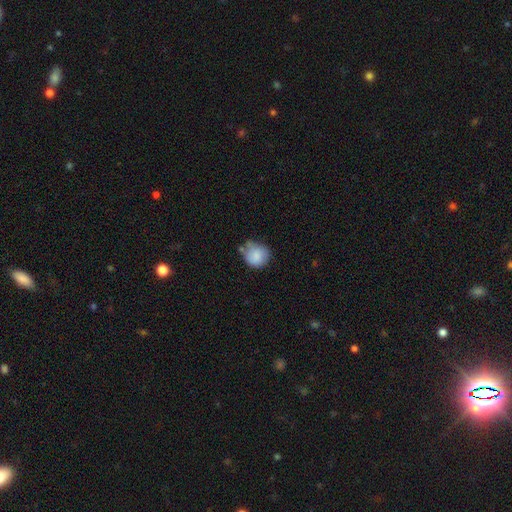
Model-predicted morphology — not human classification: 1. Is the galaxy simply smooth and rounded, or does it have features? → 82% smooth, 10% featured or disk, 8% star or artifact.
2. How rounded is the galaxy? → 80% round, 19% in between, 1% cigar-shaped.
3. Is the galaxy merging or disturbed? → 51% none, 32% minor disturbance, 9% merger, 9% major disturbance.